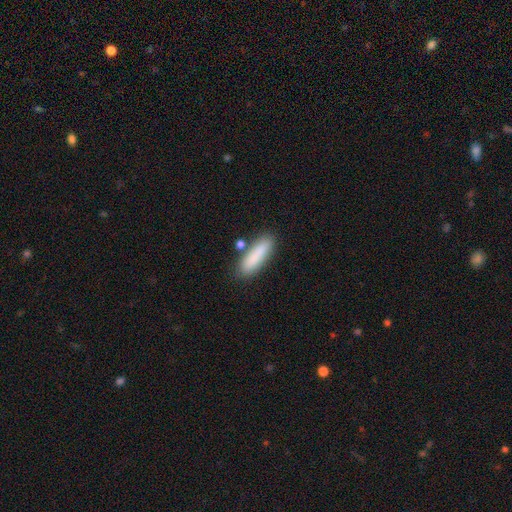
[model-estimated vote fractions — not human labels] smooth 84%, featured or disk 9%, star or artifact 7%. Down the decision tree: how rounded — cigar-shaped (64%); merging — none (77%).